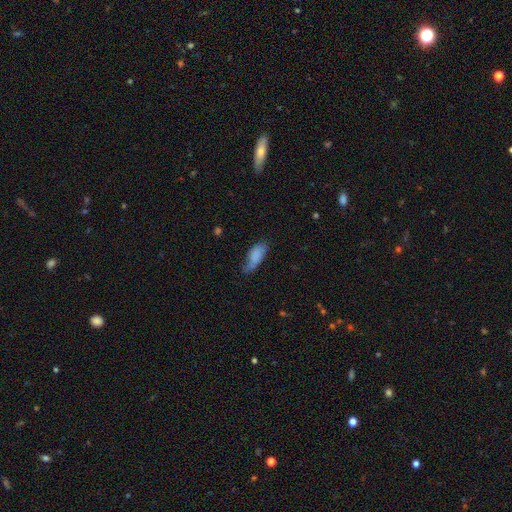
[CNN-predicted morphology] Smooth or featured? Predicted: smooth (p=0.78). How rounded? Predicted: in between (p=0.82). Merging? Predicted: none (p=0.41).